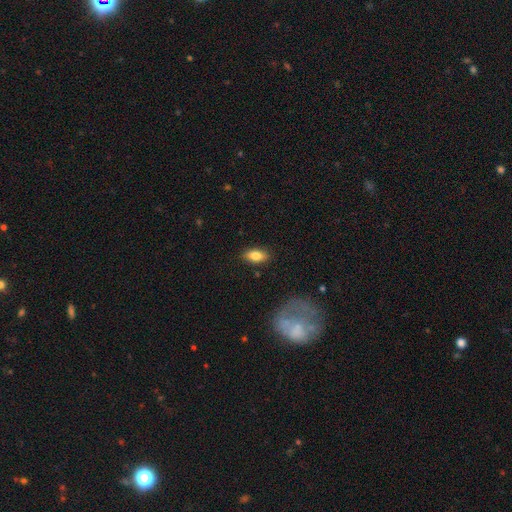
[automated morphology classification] Smooth or featured?
  - smooth: 81% *
  - featured or disk: 12%
  - star or artifact: 7%
How rounded?
  - in between: 89% *
  - cigar-shaped: 7%
  - round: 5%
Merging?
  - none: 87% *
  - minor disturbance: 9%
  - major disturbance: 2%
  - merger: 2%